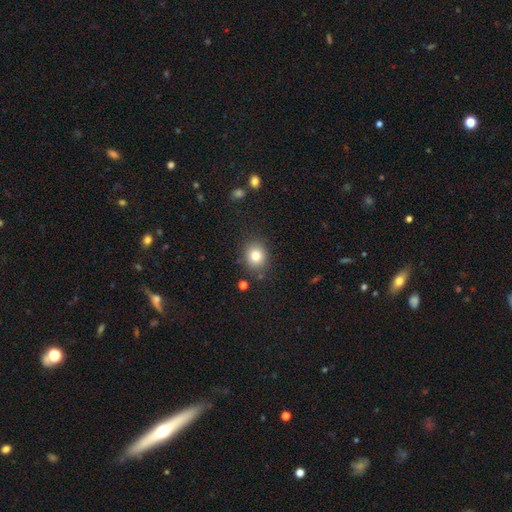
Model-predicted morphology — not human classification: Smooth or featured? Predicted: smooth (p=0.80). How rounded? Predicted: round (p=0.75). Merging? Predicted: none (p=0.85).